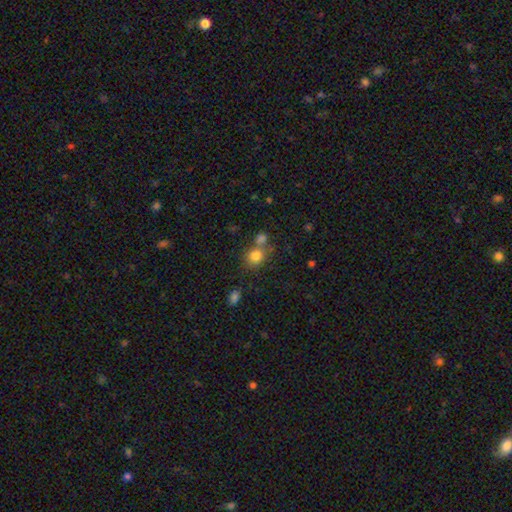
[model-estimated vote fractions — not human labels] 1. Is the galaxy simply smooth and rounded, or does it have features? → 80% smooth, 12% star or artifact, 8% featured or disk.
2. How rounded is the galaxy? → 76% round, 23% in between, 1% cigar-shaped.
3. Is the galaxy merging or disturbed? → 56% none, 28% merger, 11% minor disturbance, 5% major disturbance.